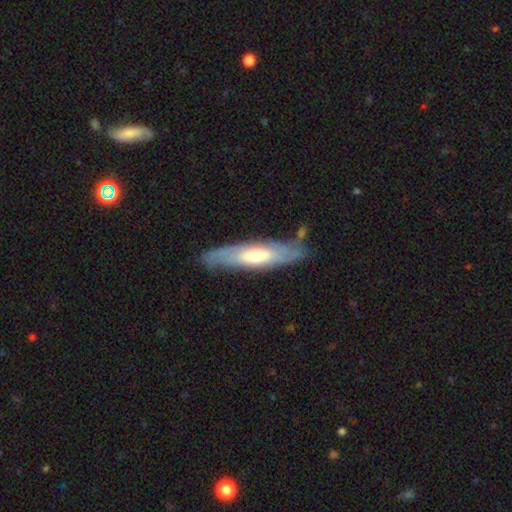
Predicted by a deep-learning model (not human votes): The model was most divided on "edge-on disk": yes: 58%, no: 42%. More confident: merging — none (80%); smooth or featured — featured or disk (59%).